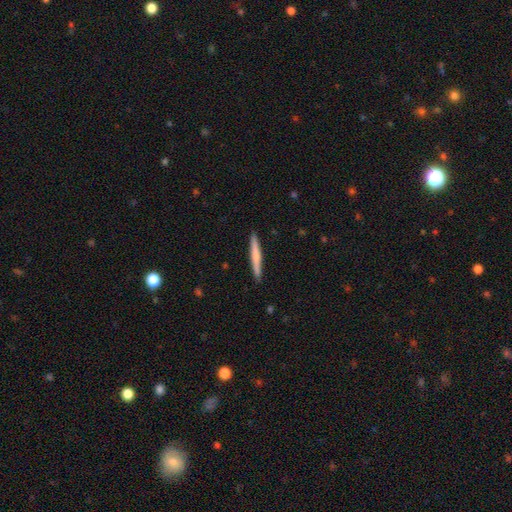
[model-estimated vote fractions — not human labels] A smooth galaxy with no disk features (65%) that is cigar-shaped (96%).

Vote fractions:
- Smooth or featured? smooth: 65% / featured or disk: 30% / star or artifact: 5%
- How rounded? cigar-shaped: 96% / in between: 3% / round: 1%
- Merging? none: 91% / minor disturbance: 6% / major disturbance: 1% / merger: 1%